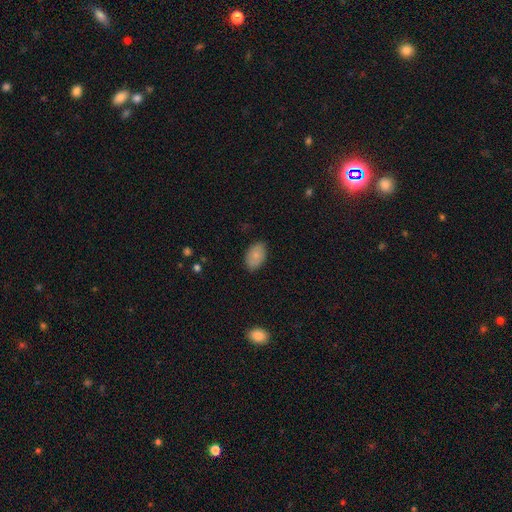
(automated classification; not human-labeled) Smooth or featured?
  - smooth: 82% *
  - featured or disk: 11%
  - star or artifact: 7%
How rounded?
  - in between: 89% *
  - round: 9%
  - cigar-shaped: 1%
Merging?
  - none: 82% *
  - minor disturbance: 14%
  - major disturbance: 3%
  - merger: 1%